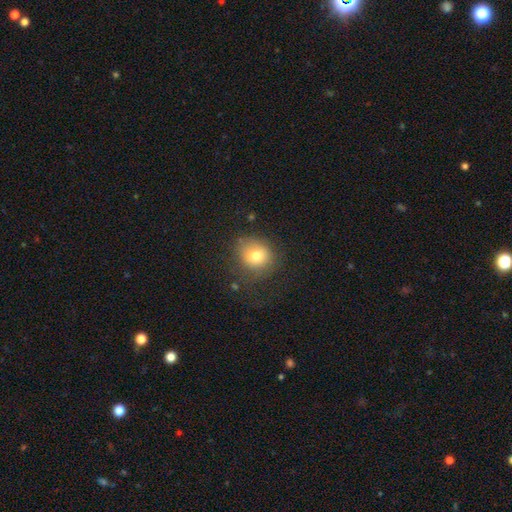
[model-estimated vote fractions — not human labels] Smooth or featured: smooth — 76% (featured or disk — 12%)
How rounded: round — 78% (in between — 22%)
Merging: none — 72% (minor disturbance — 18%)